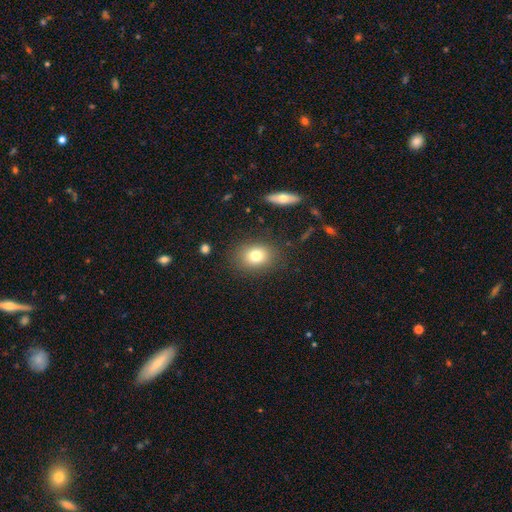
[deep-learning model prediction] This appears to be a smooth galaxy with no disk features (77%) that is in between round and cigar-shaped (53%). Merging: none (83%).